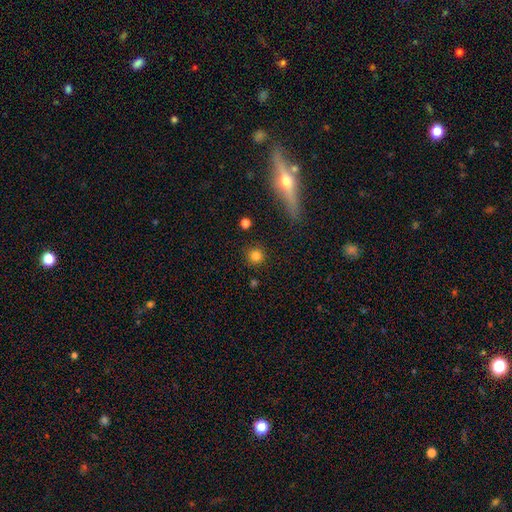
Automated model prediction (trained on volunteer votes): A smooth galaxy with no disk features (82%) that is round (94%).

Vote fractions:
- Smooth or featured? smooth: 82% / star or artifact: 12% / featured or disk: 6%
- How rounded? round: 94% / in between: 5% / cigar-shaped: 1%
- Merging? none: 88% / minor disturbance: 7% / major disturbance: 3% / merger: 3%